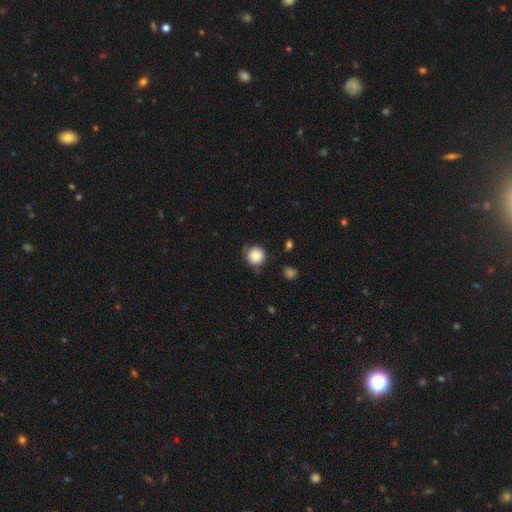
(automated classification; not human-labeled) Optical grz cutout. It shows a smooth galaxy with no disk features (84%) that is round (92%). Merging: none (69%).